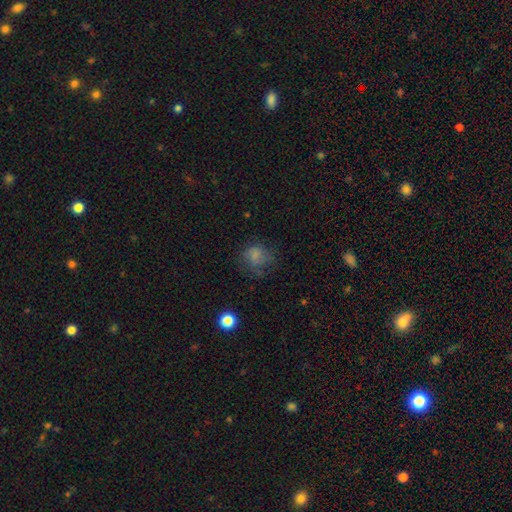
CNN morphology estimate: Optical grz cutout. It shows a smooth galaxy with no disk features (67%) that is round (70%). Merging: none (55%).